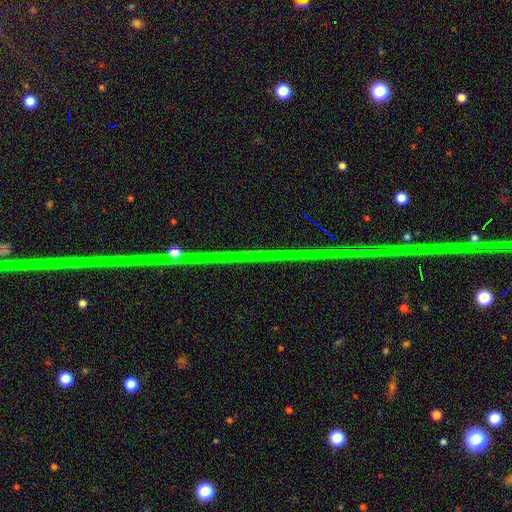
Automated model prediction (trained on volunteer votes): Smooth or featured? star or artifact (83%)